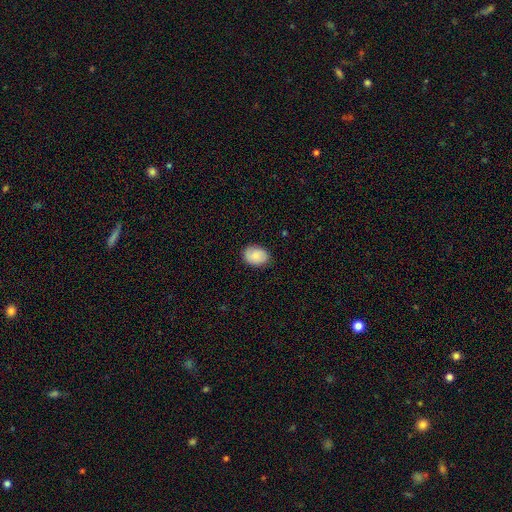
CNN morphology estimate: This is likely a smooth galaxy (78%). How rounded: likely in between (71%). Merging: clearly none (82%).